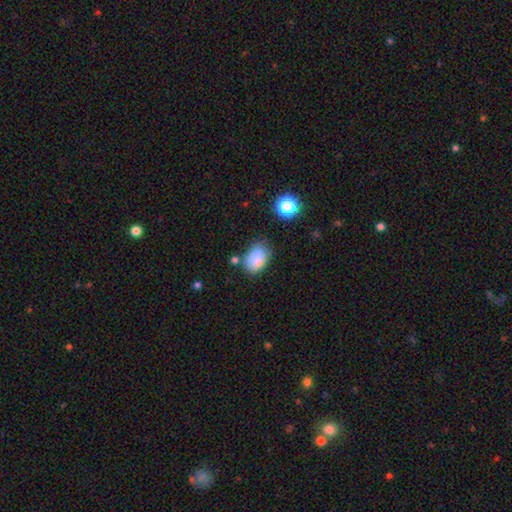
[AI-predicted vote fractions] A smooth galaxy with no disk features (81%) that is in between round and cigar-shaped (82%).

Vote fractions:
- Smooth or featured? smooth: 81% / star or artifact: 10% / featured or disk: 9%
- How rounded? in between: 82% / round: 16% / cigar-shaped: 1%
- Merging? none: 58% / minor disturbance: 25% / merger: 9% / major disturbance: 8%